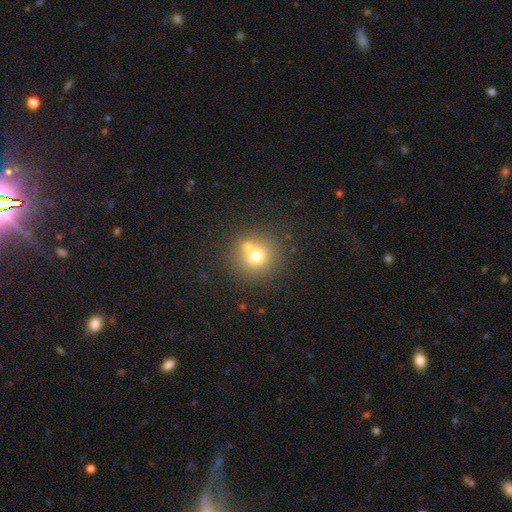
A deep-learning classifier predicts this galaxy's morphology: Q: Smooth or featured?
A: smooth (69%); runner-up: featured or disk (16%)
Q: How rounded?
A: round (90%); runner-up: in between (9%)
Q: Merging?
A: none (59%); runner-up: merger (29%)